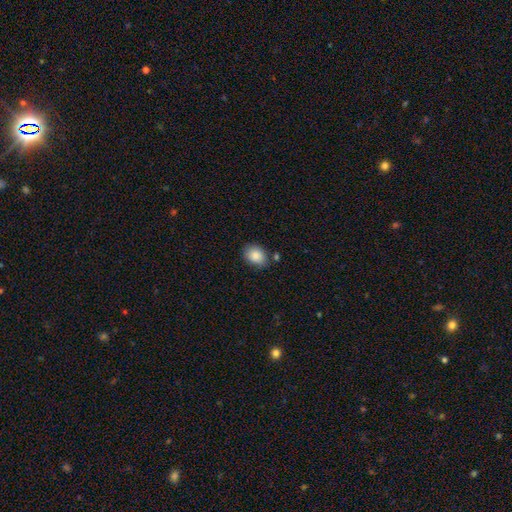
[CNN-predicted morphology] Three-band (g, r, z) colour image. It shows a smooth galaxy with no disk features (88%) that is in between round and cigar-shaped (67%). Merging: none (76%).